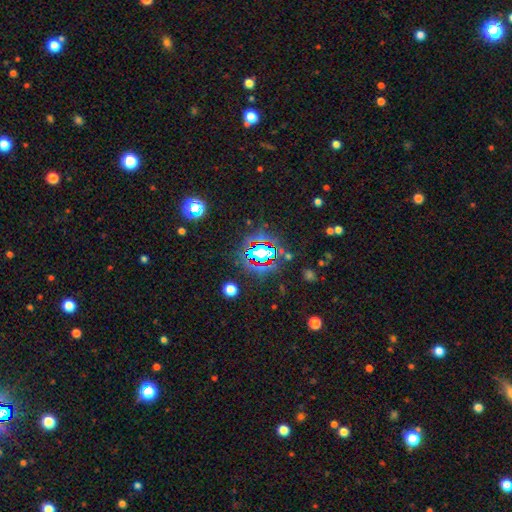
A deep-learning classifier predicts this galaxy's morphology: Smooth or featured?
  - star or artifact: 65% *
  - smooth: 23%
  - featured or disk: 12%